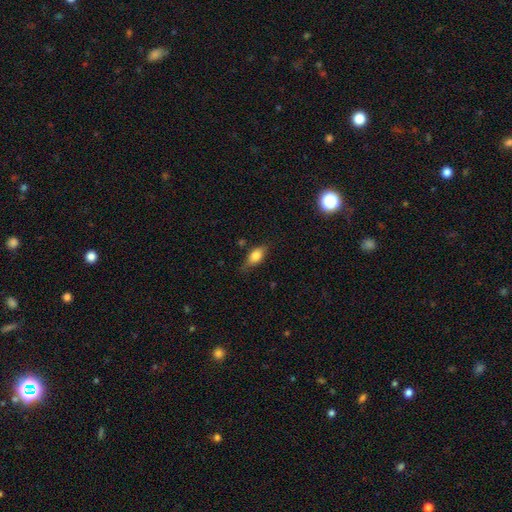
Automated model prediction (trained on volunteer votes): This appears to be a smooth galaxy with no disk features (70%) that is in between round and cigar-shaped (80%). Merging: none (72%).